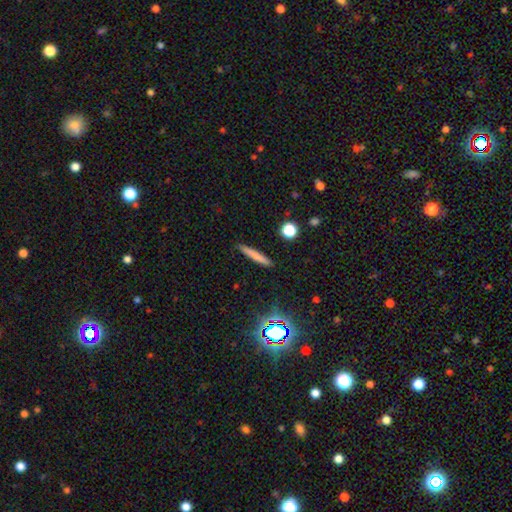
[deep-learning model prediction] Smooth or featured? smooth (74%)
How rounded? cigar-shaped (94%)
Merging? none (89%)